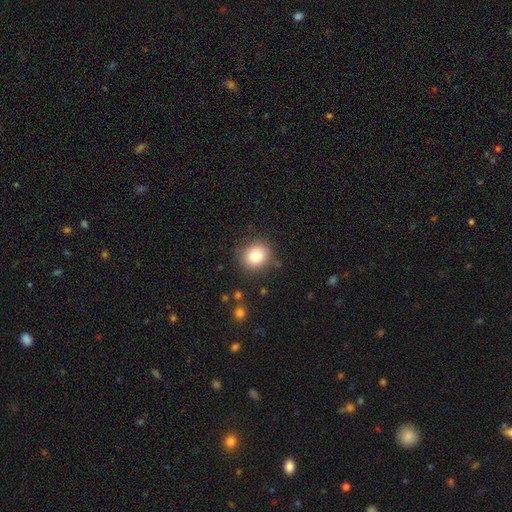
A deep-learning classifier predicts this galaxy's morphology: smooth 81%, star or artifact 11%, featured or disk 8%. Down the decision tree: how rounded — round (82%); merging — none (85%).